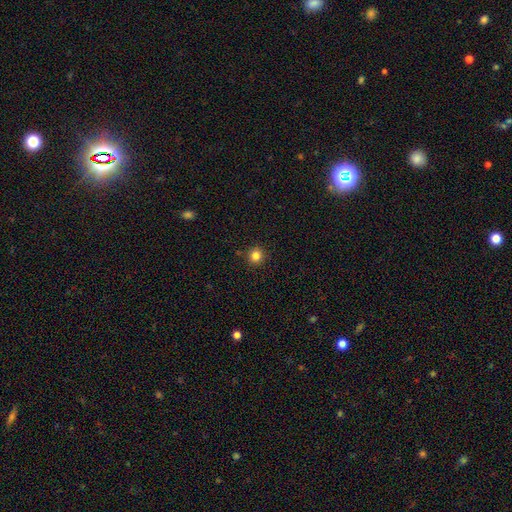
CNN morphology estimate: smooth 83%, star or artifact 13%, featured or disk 5%. Down the decision tree: how rounded — round (93%); merging — none (91%).